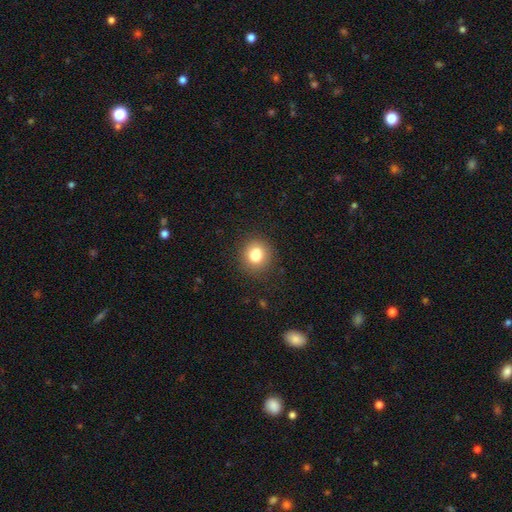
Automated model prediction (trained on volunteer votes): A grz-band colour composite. It shows a smooth galaxy with no disk features (80%) that is round (79%). Merging: none (81%).